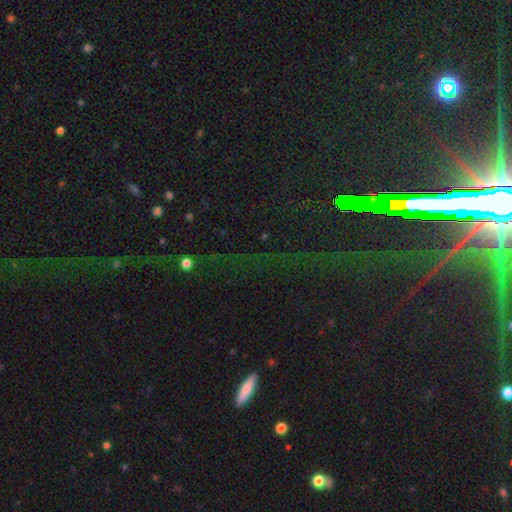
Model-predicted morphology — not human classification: This is likely a star or artifact rather than a galaxy (72%).